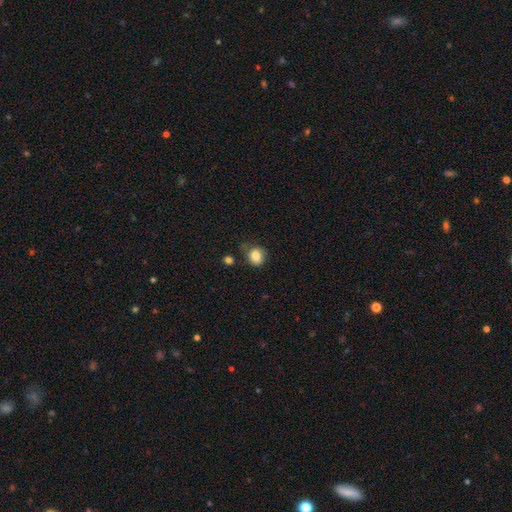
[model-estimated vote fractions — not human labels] Q: Smooth or featured?
A: smooth (81%); runner-up: star or artifact (10%)
Q: How rounded?
A: round (76%); runner-up: in between (23%)
Q: Merging?
A: none (60%); runner-up: minor disturbance (27%)